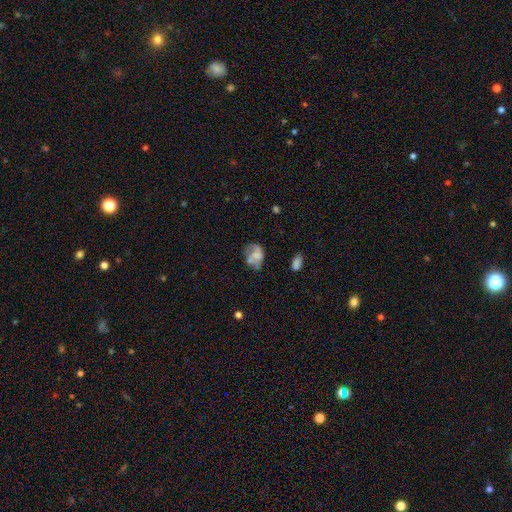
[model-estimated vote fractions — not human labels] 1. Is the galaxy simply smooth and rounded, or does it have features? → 45% smooth (tied), 45% featured or disk (tied), 10% star or artifact.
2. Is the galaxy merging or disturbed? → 41% none, 26% minor disturbance, 21% major disturbance, 11% merger.